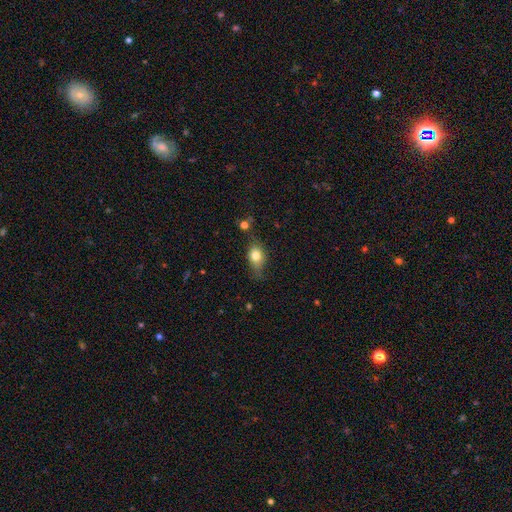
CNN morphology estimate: This appears to be a smooth galaxy with no disk features (77%) that is in between round and cigar-shaped (66%). Merging: none (59%).